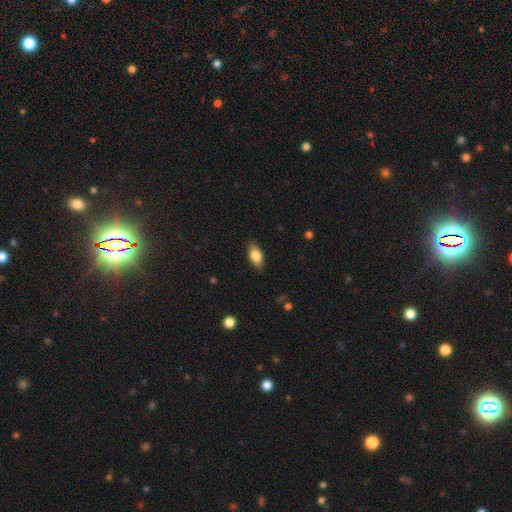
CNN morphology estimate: Q: Smooth or featured?
A: smooth (80%); runner-up: featured or disk (13%)
Q: How rounded?
A: in between (89%); runner-up: cigar-shaped (6%)
Q: Merging?
A: none (86%); runner-up: minor disturbance (11%)